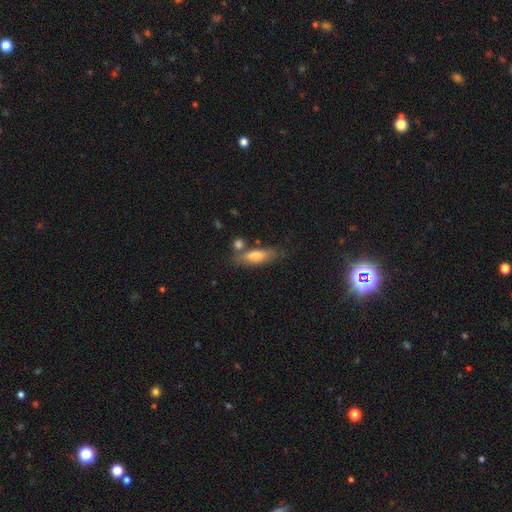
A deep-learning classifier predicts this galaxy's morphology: smooth 69%, featured or disk 24%, star or artifact 7%. Down the decision tree: how rounded — in between (51%); merging — none (67%).